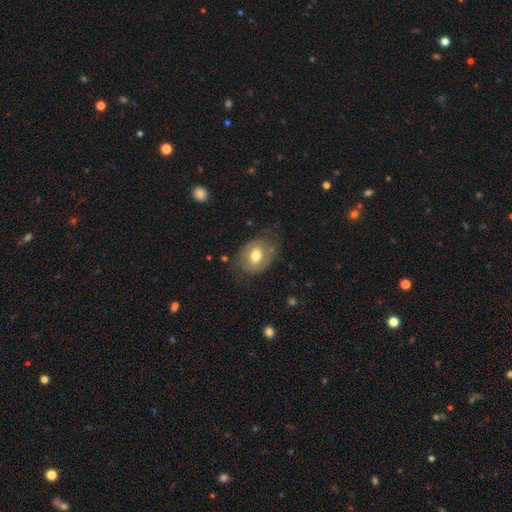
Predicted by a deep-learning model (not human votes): Smooth or featured? smooth (59%)
How rounded? in between (59%)
Merging? none (66%)